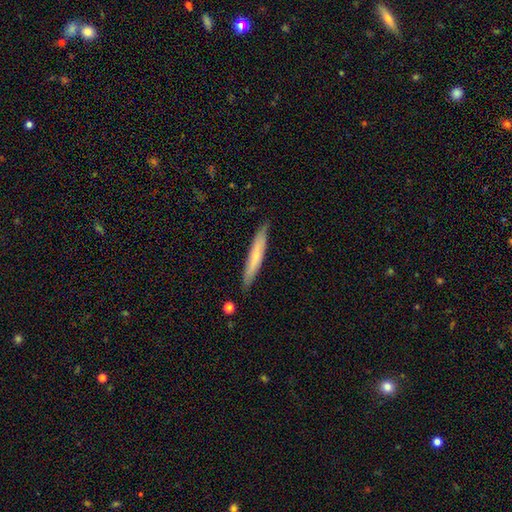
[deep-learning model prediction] smooth 62%, featured or disk 33%, star or artifact 6%. Down the decision tree: how rounded — cigar-shaped (95%); merging — none (88%).